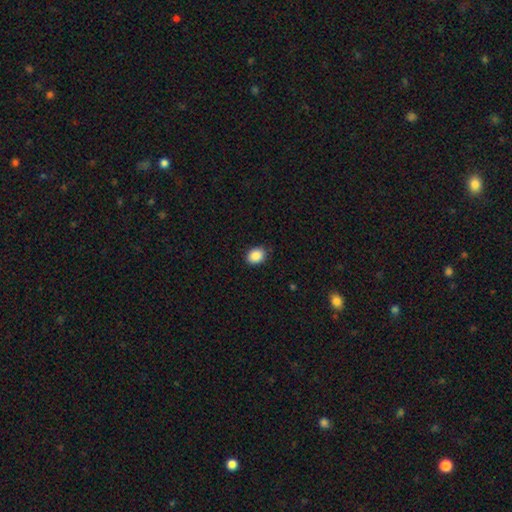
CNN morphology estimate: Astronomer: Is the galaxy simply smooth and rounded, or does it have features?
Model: smooth — 89%.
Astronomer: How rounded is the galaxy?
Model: in between — 57% (runner-up: round, 42%).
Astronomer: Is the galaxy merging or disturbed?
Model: none — 86%.